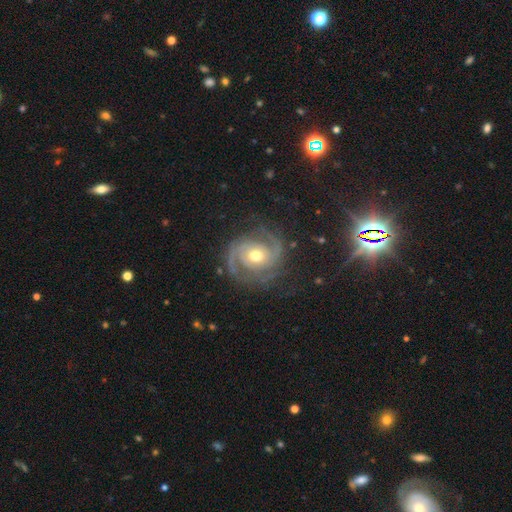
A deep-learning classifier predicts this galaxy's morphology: Smooth or featured?
  - featured or disk: 89% *
  - smooth: 6%
  - star or artifact: 5%
Edge-on disk?
  - no: 98% *
  - yes: 2%
Bar?
  - no: 72% *
  - weak: 22%
  - strong: 6%
Spiral arms?
  - yes: 97% *
  - no: 3%
Spiral winding?
  - tight: 49% *
  - medium: 41%
  - loose: 11%
Spiral arm count?
  - 2: 63% *
  - 3: 15%
  - can't tell: 10%
  - 1: 4%
  - 4: 4%
  - more than 4: 4%
Bulge size?
  - moderate: 71% *
  - small: 22%
  - large: 6%
  - dominant: 1%
  - none: 1%
Merging?
  - none: 74% *
  - minor disturbance: 16%
  - major disturbance: 9%
  - merger: 1%